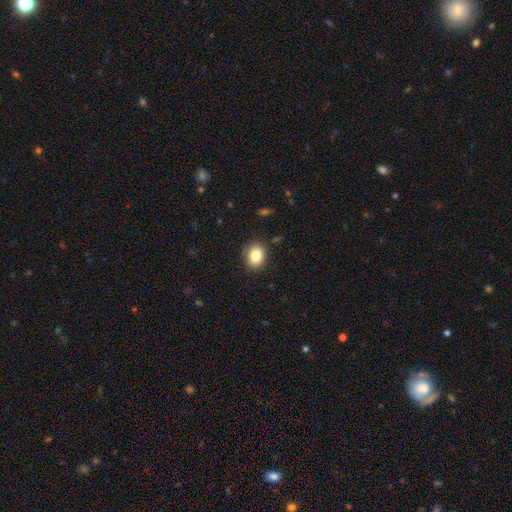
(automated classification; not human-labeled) Smooth or featured? Predicted: smooth (p=0.83). How rounded? Predicted: in between (p=0.53). Merging? Predicted: none (p=0.86).